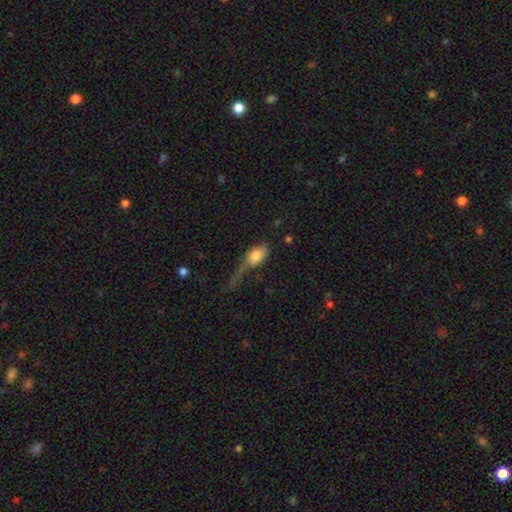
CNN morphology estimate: The model was most divided on "merging": major disturbance: 52%, minor disturbance: 21%, none: 20%, merger: 8%. More confident: how rounded — in between (84%); smooth or featured — smooth (75%).